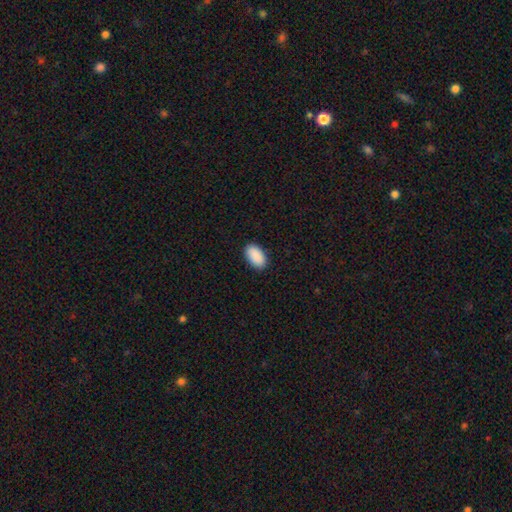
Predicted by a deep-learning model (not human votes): A smooth galaxy with no disk features (91%) that is in between round and cigar-shaped (95%). Merging: none (90%).